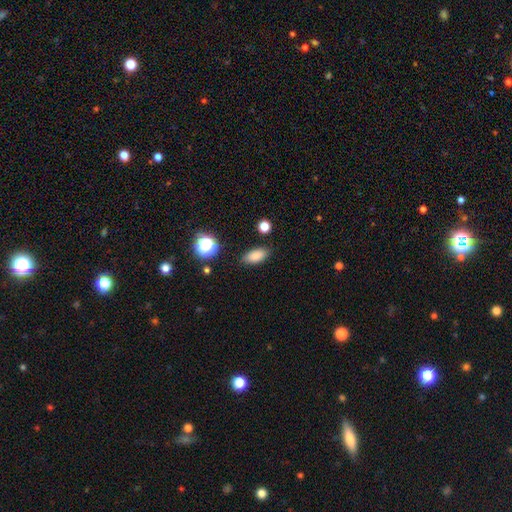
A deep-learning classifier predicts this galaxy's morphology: This is clearly a smooth galaxy (83%). How rounded: clearly in between (85%). Merging: clearly none (85%).